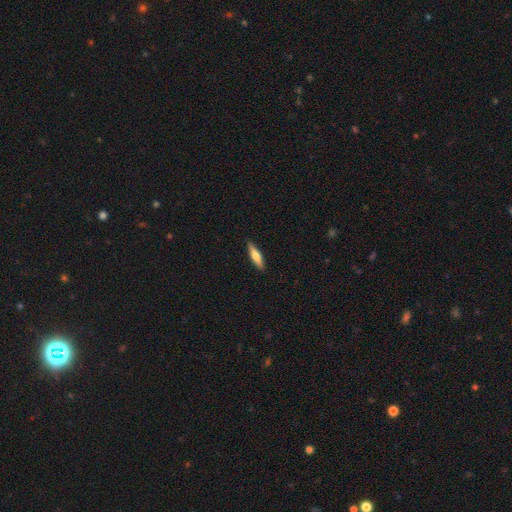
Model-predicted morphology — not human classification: Smooth or featured? smooth (57%)
How rounded? cigar-shaped (70%)
Merging? none (90%)